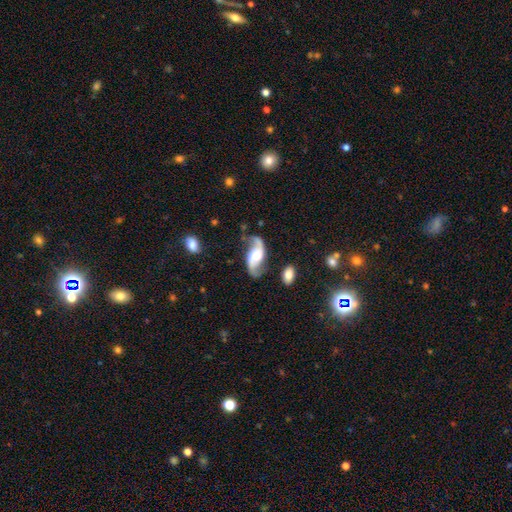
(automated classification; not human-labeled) A featured or disk galaxy (83%) with no bar (46%), 2 (93%) loose (68%) spiral arms (95%) and a large central bulge (33%). Merging: none (66%).